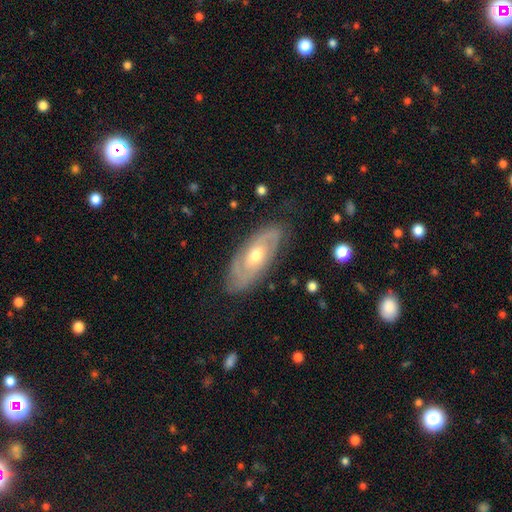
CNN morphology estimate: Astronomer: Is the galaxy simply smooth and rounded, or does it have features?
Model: featured or disk — 81%.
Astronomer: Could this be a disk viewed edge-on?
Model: no — 90%.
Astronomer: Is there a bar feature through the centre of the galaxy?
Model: no — 55% (runner-up: weak, 35%).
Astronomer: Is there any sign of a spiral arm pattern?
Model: yes — 89%.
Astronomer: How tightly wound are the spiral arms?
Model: tight — 58%.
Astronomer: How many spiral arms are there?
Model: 2 — 64%.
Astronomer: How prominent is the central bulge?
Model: moderate — 67%.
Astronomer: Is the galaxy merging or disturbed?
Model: none — 80%.